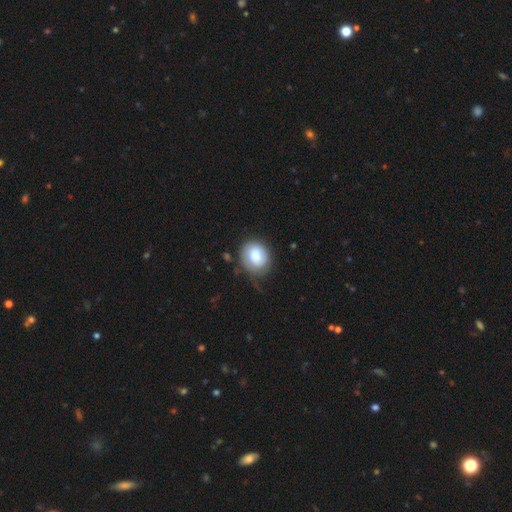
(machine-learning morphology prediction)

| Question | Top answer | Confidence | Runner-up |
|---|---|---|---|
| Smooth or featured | smooth | 76% | featured or disk (17%) |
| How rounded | round | 70% | in between (29%) |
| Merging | none | 55% | minor disturbance (28%) |